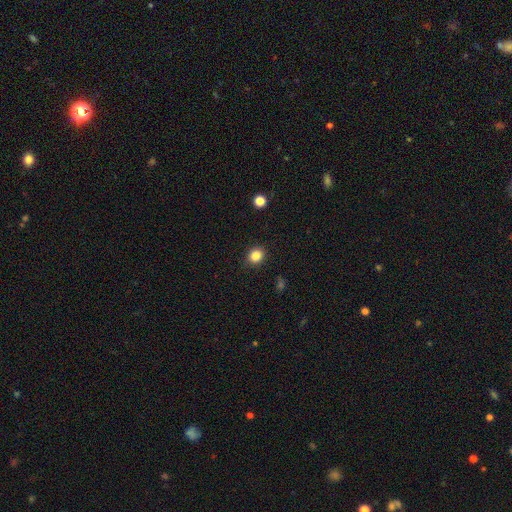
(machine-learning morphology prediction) Smooth or featured? smooth (85%)
How rounded? round (75%)
Merging? none (89%)